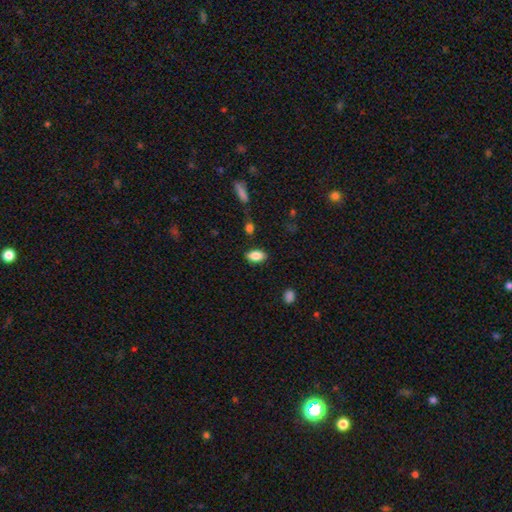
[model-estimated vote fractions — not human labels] Morphology: type=smooth (85%); roundness=in between (91%); merging=none (85%).